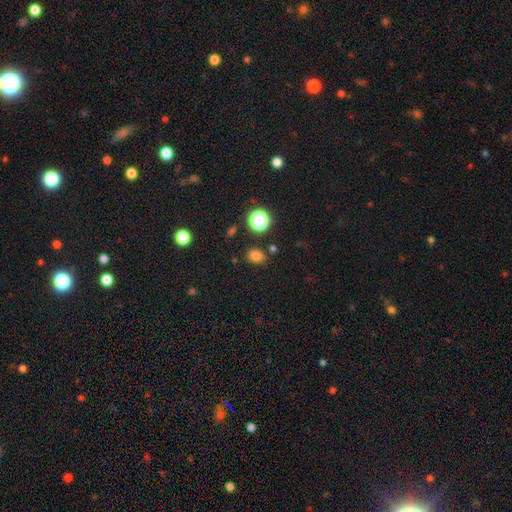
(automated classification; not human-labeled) Morphology: type=smooth (78%); roundness=in between (57%); merging=none (83%).